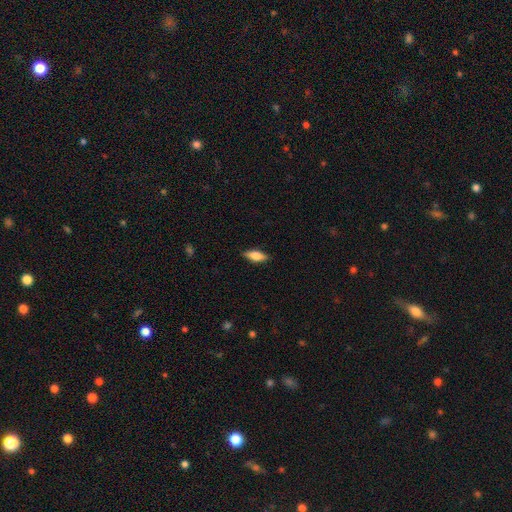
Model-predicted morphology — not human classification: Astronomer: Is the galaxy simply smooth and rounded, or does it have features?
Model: smooth — 75%.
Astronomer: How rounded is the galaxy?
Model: in between — 73%.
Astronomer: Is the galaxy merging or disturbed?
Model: none — 86%.